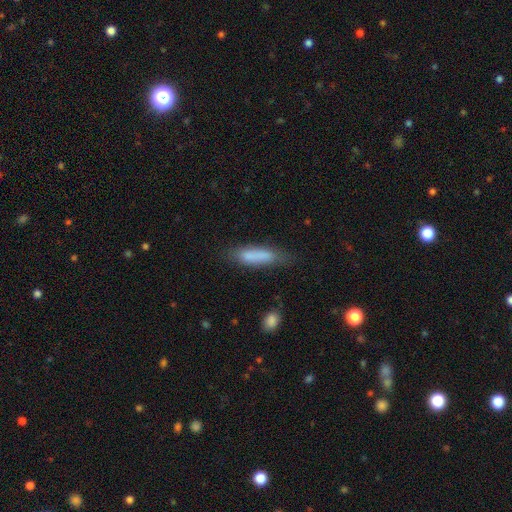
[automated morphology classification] A smooth galaxy with no disk features (80%) that is cigar-shaped (67%). Merging: none (65%).